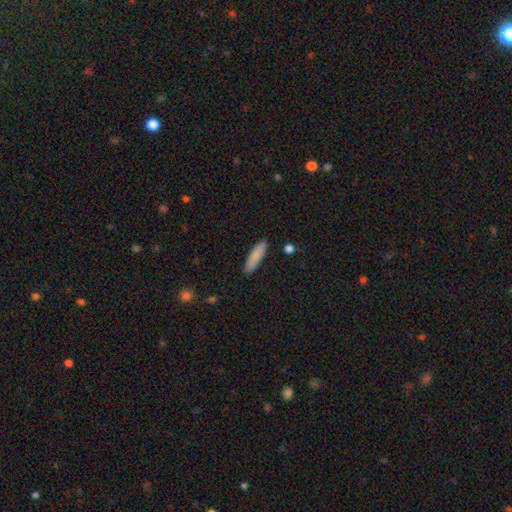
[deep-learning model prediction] Q: Smooth or featured?
A: smooth (84%); runner-up: featured or disk (10%)
Q: How rounded?
A: cigar-shaped (72%); runner-up: in between (26%)
Q: Merging?
A: none (89%); runner-up: minor disturbance (8%)